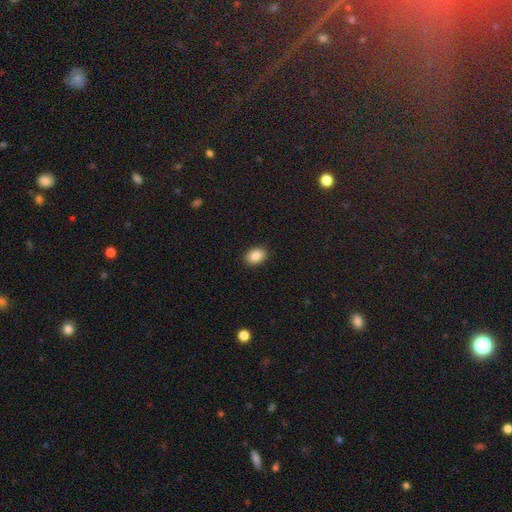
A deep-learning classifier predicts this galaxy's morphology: Smooth or featured? Predicted: smooth (p=0.86). How rounded? Predicted: in between (p=0.77). Merging? Predicted: none (p=0.90).